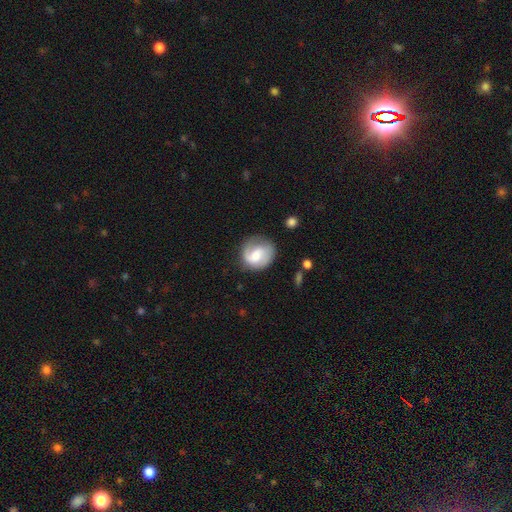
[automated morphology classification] Overall: featured or disk (58%; smooth 36%). Edge-on disk: no (98%). Bar: weak (46%; no 44%). Spiral arms: yes (88%). Bulge size: moderate (48%; small 30%). Merging: none (67%).